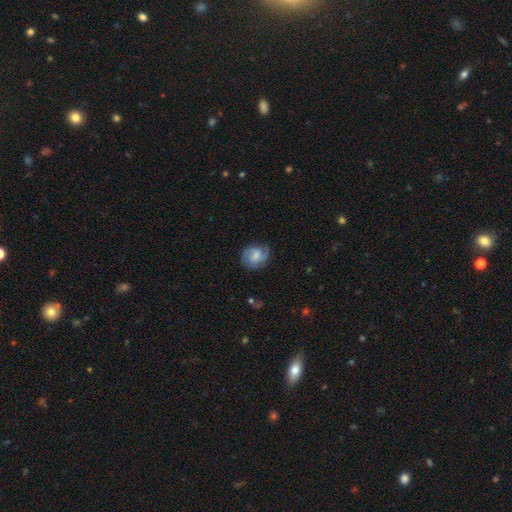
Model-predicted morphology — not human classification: featured or disk 56%, smooth 37%, star or artifact 8%. Down the decision tree: edge-on disk — no (97%); bar — no (50%); spiral arms — yes (90%); bulge size — moderate (37%); merging — none (70%).